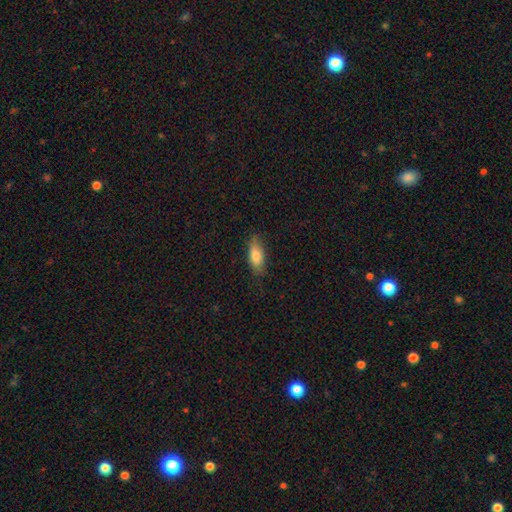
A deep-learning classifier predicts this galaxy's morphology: Q: Smooth or featured?
A: smooth (79%); runner-up: featured or disk (14%)
Q: How rounded?
A: in between (77%); runner-up: cigar-shaped (21%)
Q: Merging?
A: none (79%); runner-up: minor disturbance (16%)